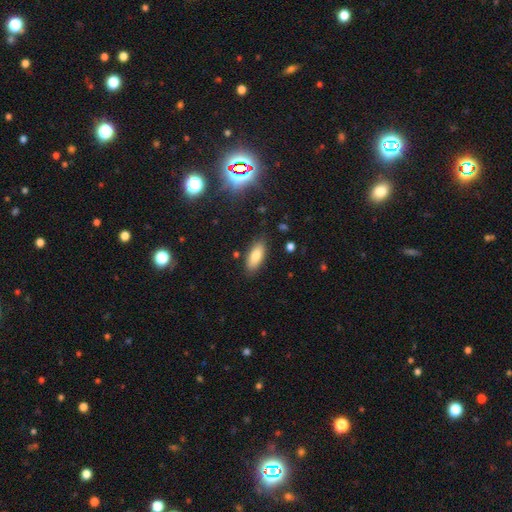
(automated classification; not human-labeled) Morphology: type=smooth (79%); roundness=in between (80%); merging=none (85%).